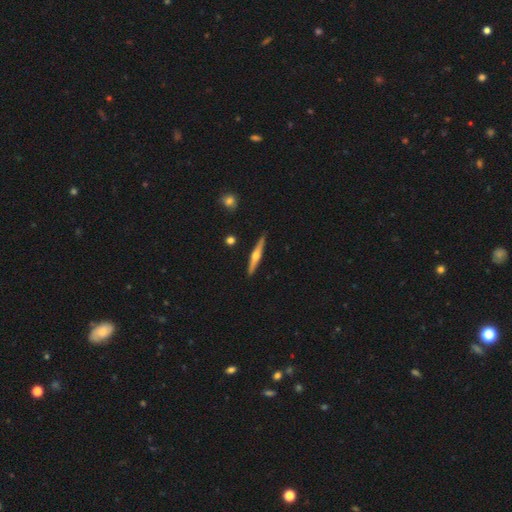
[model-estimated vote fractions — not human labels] Smooth or featured? featured or disk (69%)
Edge-on disk? yes (98%)
Edge-on bulge? rounded (91%)
Merging? none (90%)